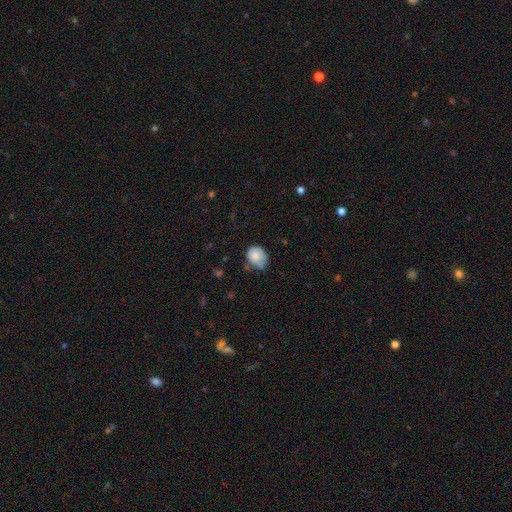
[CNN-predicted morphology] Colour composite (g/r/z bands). It shows a smooth galaxy with no disk features (81%) that is round (61%). Merging: none (50%).